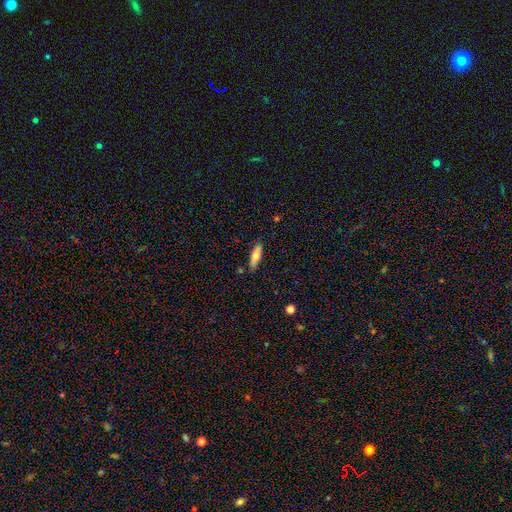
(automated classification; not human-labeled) The model was most divided on "how rounded": cigar-shaped: 51%, in between: 47%, round: 2%. More confident: merging — none (84%); smooth or featured — smooth (67%).